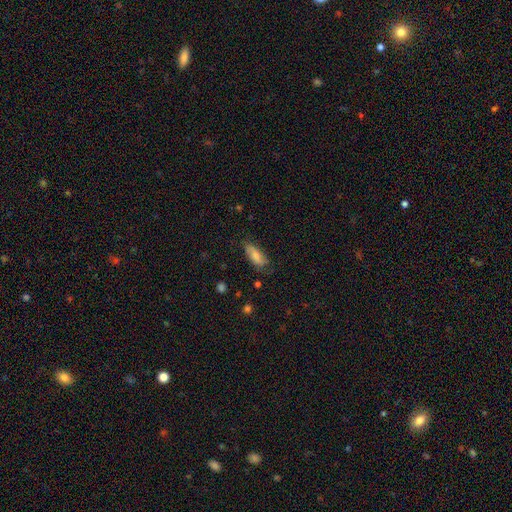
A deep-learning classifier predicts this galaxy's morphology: smooth-or-featured: smooth: 69% | featured or disk: 24% | star or artifact: 7%
  how-rounded: in between: 80% | cigar-shaped: 17% | round: 3%
  merging: none: 68% | minor disturbance: 24% | major disturbance: 7% | merger: 2%